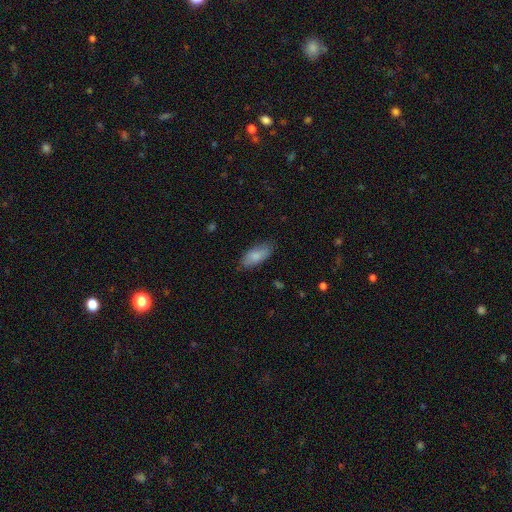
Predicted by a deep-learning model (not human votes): This appears to be a smooth galaxy with no disk features (83%) that is in between round and cigar-shaped (85%). Merging: none (79%).